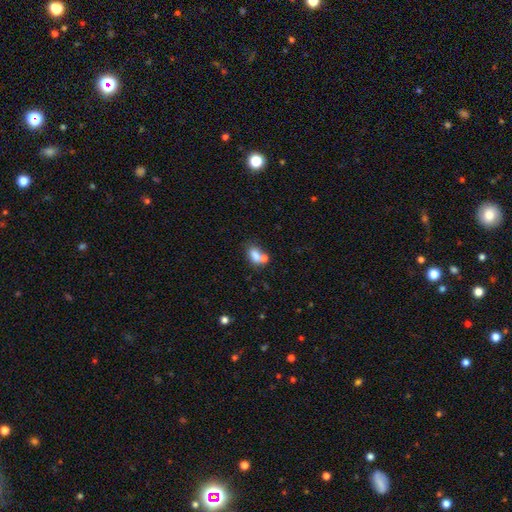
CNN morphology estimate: Smooth or featured: smooth — 77% (featured or disk — 12%)
How rounded: in between — 81% (round — 17%)
Merging: merger — 44% (none — 38%)